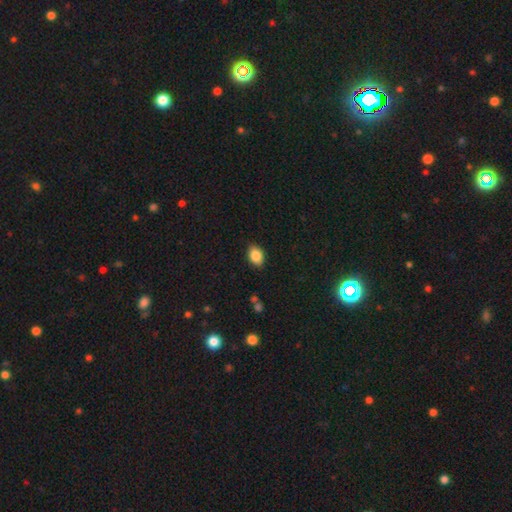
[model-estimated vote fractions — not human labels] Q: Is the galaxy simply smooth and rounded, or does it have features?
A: smooth — 86%.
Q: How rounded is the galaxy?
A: in between — 82%.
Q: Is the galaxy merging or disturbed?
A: none — 85%.